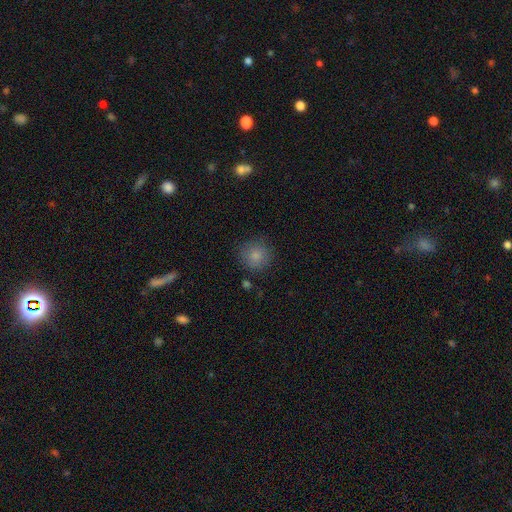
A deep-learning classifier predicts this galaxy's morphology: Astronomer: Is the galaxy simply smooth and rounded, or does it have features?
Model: smooth — 83%.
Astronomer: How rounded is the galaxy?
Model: round — 93%.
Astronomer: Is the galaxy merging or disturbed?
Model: none — 83%.